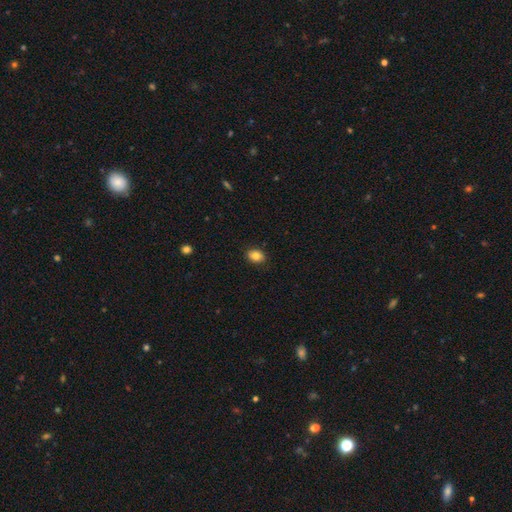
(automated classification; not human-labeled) Smooth or featured: smooth — 84% (star or artifact — 9%)
How rounded: in between — 73% (round — 26%)
Merging: none — 88% (minor disturbance — 9%)